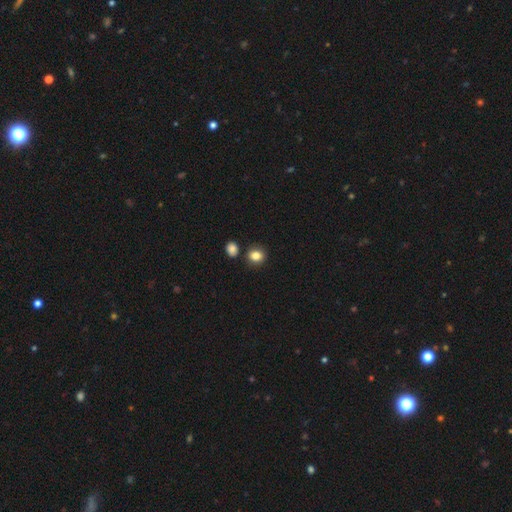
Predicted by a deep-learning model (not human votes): smooth_or_featured: smooth (p=0.85) [alt: star or artifact p=0.10]
how_rounded: round (p=0.72) [alt: in between p=0.27]
merging: none (p=0.79) [alt: minor disturbance p=0.10]